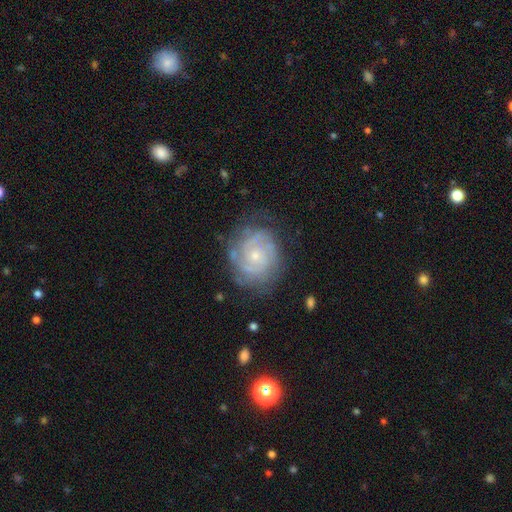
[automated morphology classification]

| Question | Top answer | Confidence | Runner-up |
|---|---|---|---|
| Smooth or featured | featured or disk | 80% | smooth (13%) |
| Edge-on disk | no | 98% | yes (2%) |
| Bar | no | 75% | weak (21%) |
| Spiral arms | yes | 93% | no (7%) |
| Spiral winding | tight | 68% | medium (26%) |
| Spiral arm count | can't tell | 34% | 2 (31%) |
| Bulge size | small | 69% | moderate (26%) |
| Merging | none | 73% | minor disturbance (18%) |